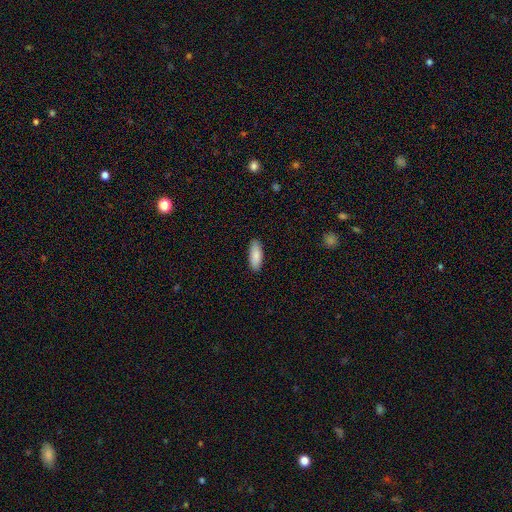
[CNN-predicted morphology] Smooth or featured: smooth — 89% (featured or disk — 6%)
How rounded: in between — 74% (cigar-shaped — 25%)
Merging: none — 89% (minor disturbance — 8%)